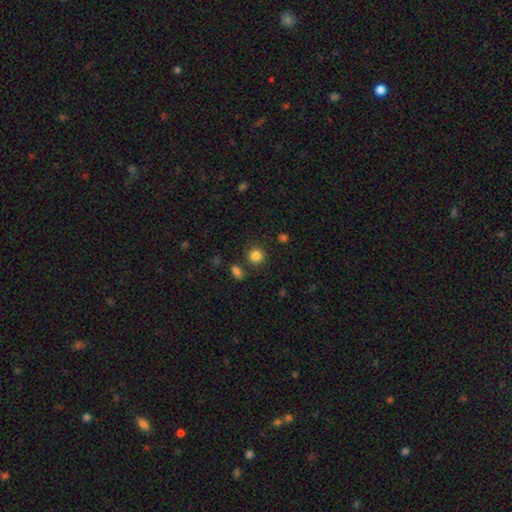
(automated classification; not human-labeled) smooth-or-featured: smooth: 84% | star or artifact: 11% | featured or disk: 5%
  how-rounded: round: 89% | in between: 10% | cigar-shaped: 1%
  merging: none: 83% | minor disturbance: 8% | merger: 6% | major disturbance: 3%